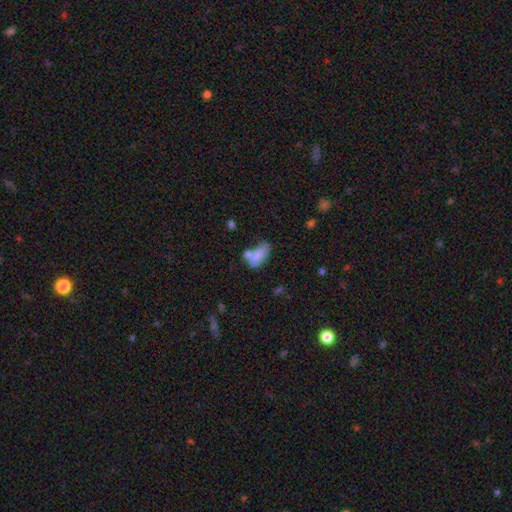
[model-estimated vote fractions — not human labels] smooth-or-featured: smooth: 73% | featured or disk: 18% | star or artifact: 9%
  how-rounded: in between: 86% | cigar-shaped: 9% | round: 5%
  merging: merger: 35% | none: 33% | minor disturbance: 19% | major disturbance: 12%